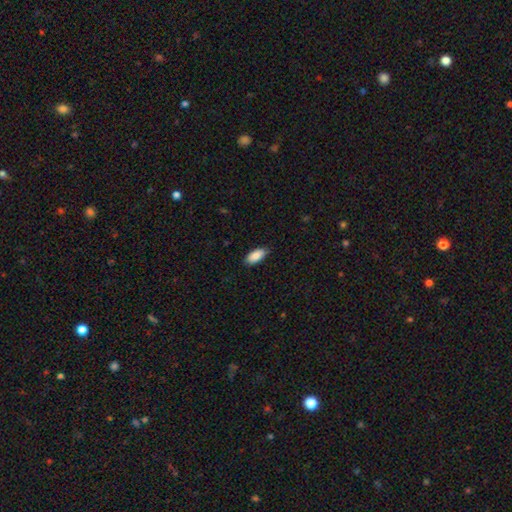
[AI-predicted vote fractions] The model was most divided on "merging": none: 86%, minor disturbance: 11%, major disturbance: 2%, merger: 1%. More confident: how rounded — in between (90%); smooth or featured — smooth (89%).